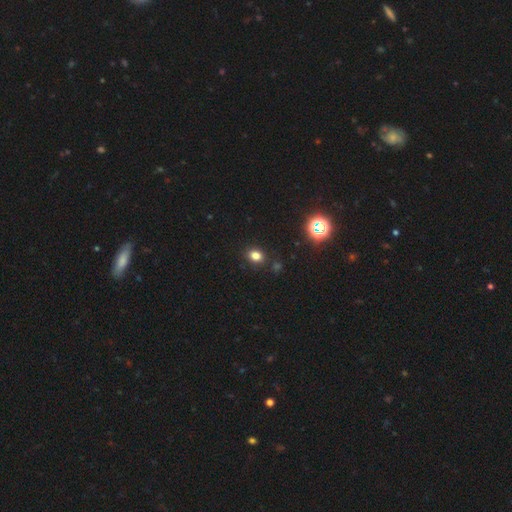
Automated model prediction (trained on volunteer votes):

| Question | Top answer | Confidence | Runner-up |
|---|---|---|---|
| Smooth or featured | smooth | 78% | star or artifact (17%) |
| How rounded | round | 52% | in between (47%) |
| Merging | none | 86% | minor disturbance (9%) |